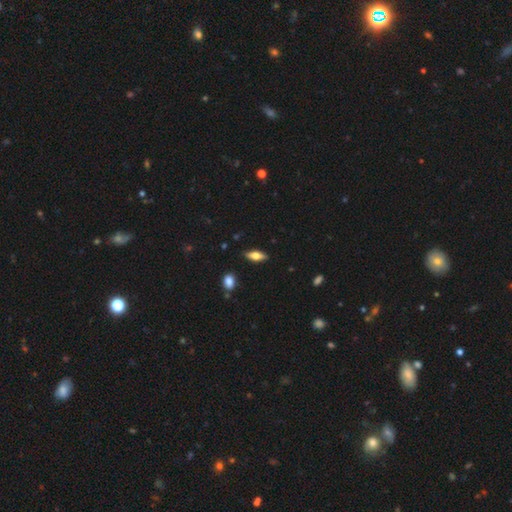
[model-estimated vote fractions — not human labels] Smooth or featured? smooth (54%)
How rounded? in between (65%)
Merging? none (86%)